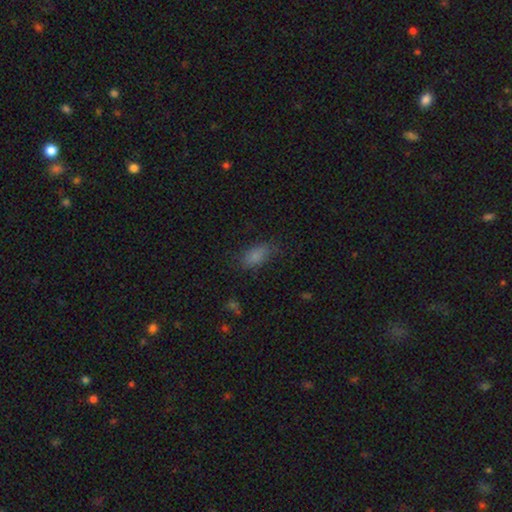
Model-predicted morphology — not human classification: Smooth or featured? Predicted: smooth (p=0.83). How rounded? Predicted: in between (p=0.89). Merging? Predicted: none (p=0.73).